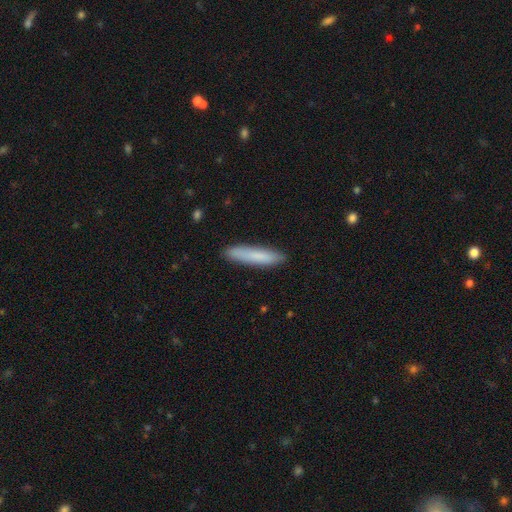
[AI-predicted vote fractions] smooth-or-featured: smooth: 81% | featured or disk: 13% | star or artifact: 6%
  how-rounded: cigar-shaped: 89% | in between: 10% | round: 1%
  merging: none: 88% | minor disturbance: 9% | major disturbance: 2% | merger: 1%